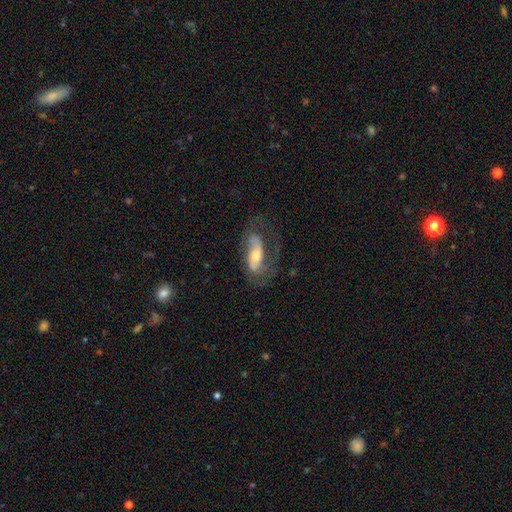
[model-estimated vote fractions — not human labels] Q: Smooth or featured?
A: featured or disk (68%); runner-up: smooth (25%)
Q: Edge-on disk?
A: no (88%); runner-up: yes (12%)
Q: Bar?
A: no (48%); runner-up: weak (31%)
Q: Spiral arms?
A: yes (81%); runner-up: no (19%)
Q: Bulge size?
A: moderate (57%); runner-up: small (34%)
Q: Merging?
A: none (50%); runner-up: major disturbance (24%)